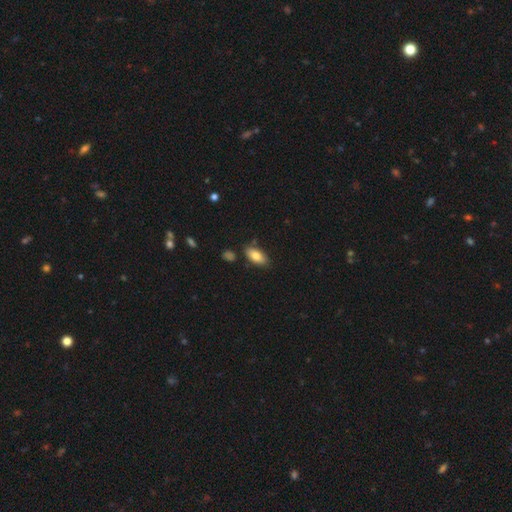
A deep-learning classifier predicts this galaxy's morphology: Smooth or featured? smooth (82%)
How rounded? in between (90%)
Merging? none (80%)